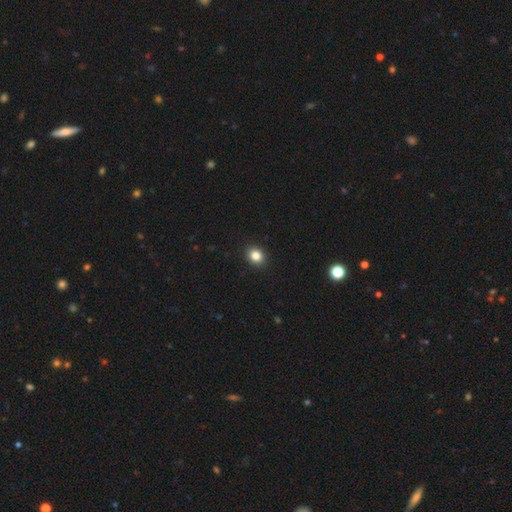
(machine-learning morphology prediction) The model was most divided on "how rounded": round: 64%, in between: 35%, cigar-shaped: 1%. More confident: merging — none (92%); smooth or featured — smooth (83%).